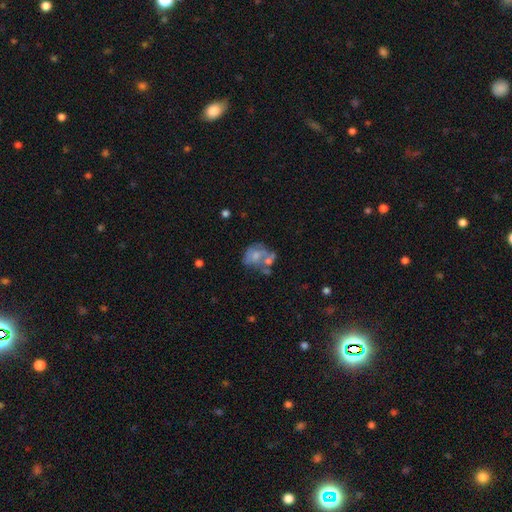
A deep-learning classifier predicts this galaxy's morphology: This appears to be a smooth galaxy with no disk features (45%, tied with featured or disk). Merging: merger (34%).